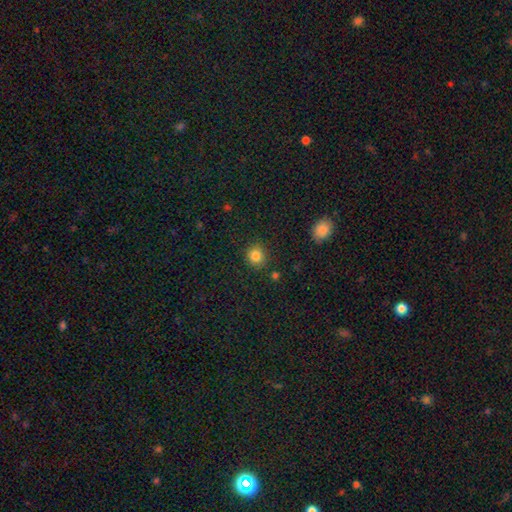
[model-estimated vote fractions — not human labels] Morphology: type=smooth (84%); roundness=round (87%); merging=none (88%).